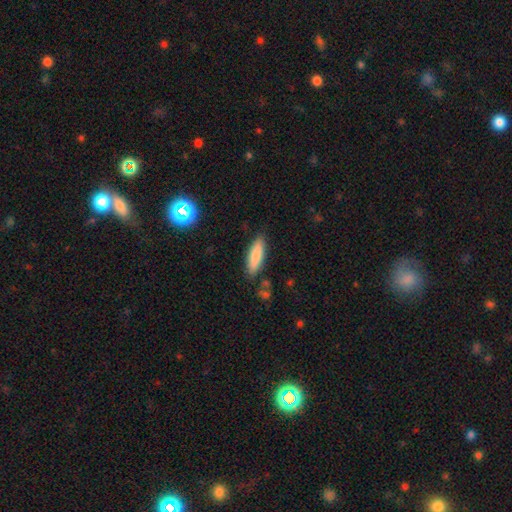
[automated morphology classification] The model was most divided on "how rounded": cigar-shaped: 58%, in between: 41%, round: 2%. More confident: merging — none (84%); smooth or featured — smooth (84%).